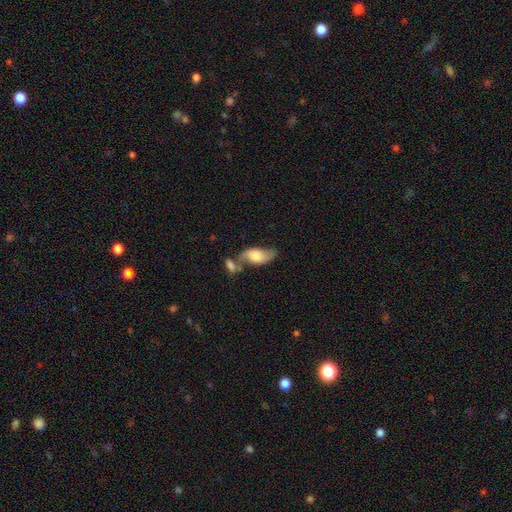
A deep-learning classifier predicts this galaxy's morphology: smooth_or_featured: smooth (p=0.49) [alt: featured or disk p=0.45]
merging: none (p=0.40) [alt: merger p=0.34]